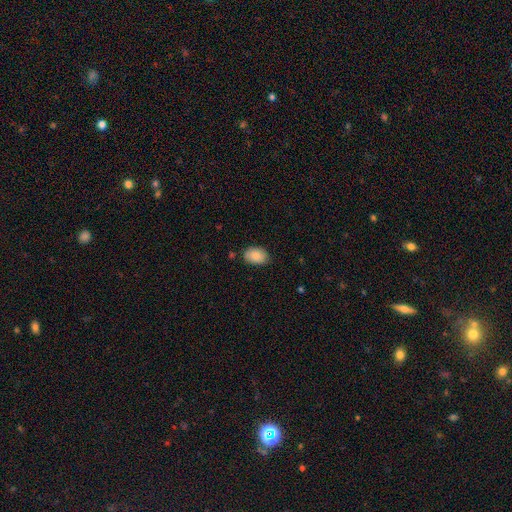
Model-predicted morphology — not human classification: A smooth galaxy with no disk features (85%) that is in between round and cigar-shaped (84%). Merging: none (81%).